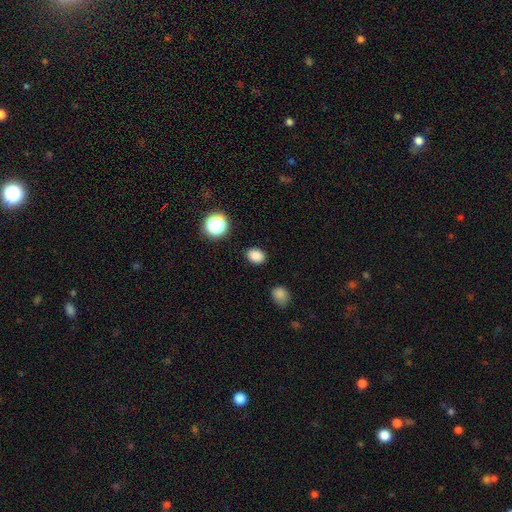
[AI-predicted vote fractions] The model was most divided on "how rounded": in between: 69%, round: 30%, cigar-shaped: 1%. More confident: merging — none (88%); smooth or featured — smooth (85%).